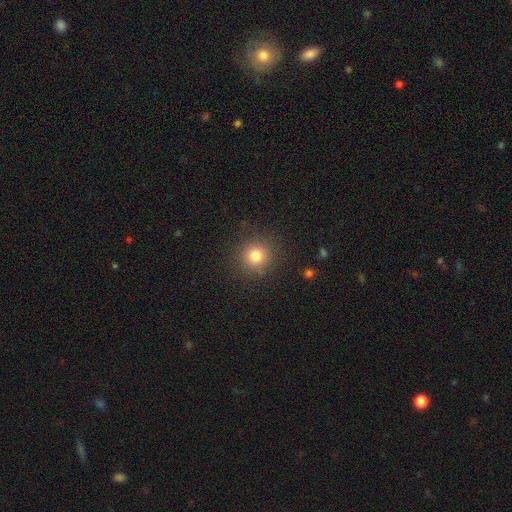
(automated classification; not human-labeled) Smooth or featured: smooth — 80% (star or artifact — 13%)
How rounded: round — 92% (in between — 7%)
Merging: none — 89% (minor disturbance — 7%)